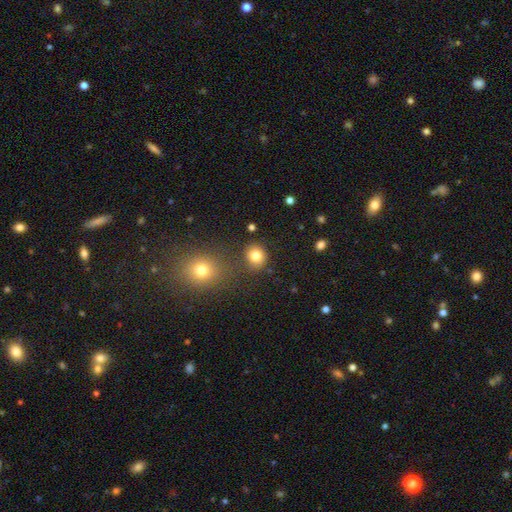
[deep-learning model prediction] The model was most divided on "how rounded": round: 80%, in between: 19%, cigar-shaped: 1%. More confident: smooth or featured — smooth (81%); merging — none (81%).